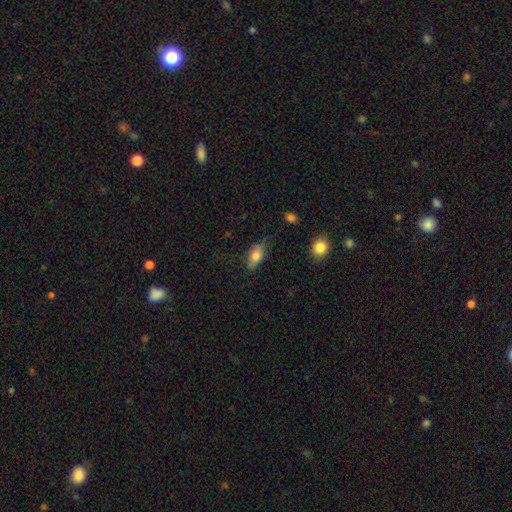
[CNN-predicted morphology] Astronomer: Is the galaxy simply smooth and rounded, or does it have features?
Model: smooth — 74%.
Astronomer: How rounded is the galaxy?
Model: in between — 84%.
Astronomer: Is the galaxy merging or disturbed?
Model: none — 66%.